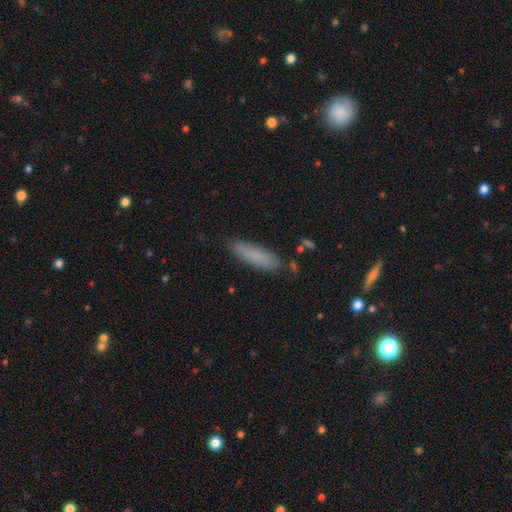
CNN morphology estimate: smooth 83%, featured or disk 9%, star or artifact 7%. Down the decision tree: how rounded — cigar-shaped (69%); merging — none (84%).